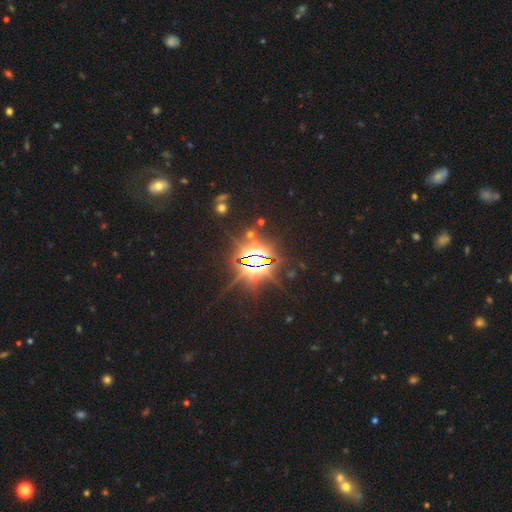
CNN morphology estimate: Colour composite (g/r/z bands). It shows a star or artifact, not a galaxy (85%).